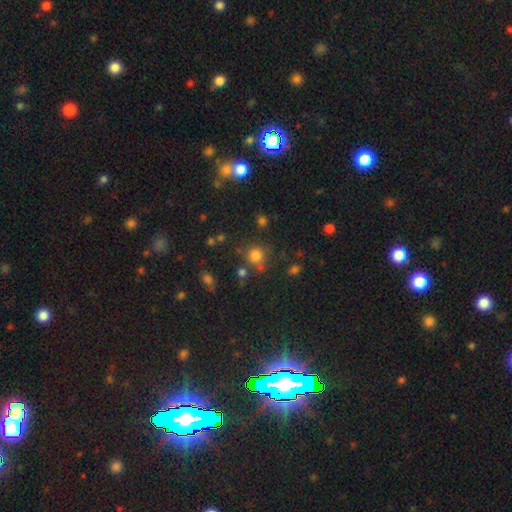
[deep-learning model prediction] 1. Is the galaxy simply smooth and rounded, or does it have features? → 77% smooth, 17% star or artifact, 6% featured or disk.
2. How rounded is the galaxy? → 90% round, 9% in between, 1% cigar-shaped.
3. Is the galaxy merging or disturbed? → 74% none, 11% merger, 11% minor disturbance, 5% major disturbance.